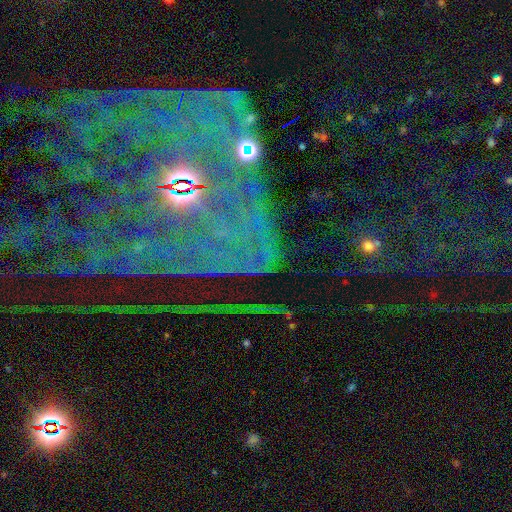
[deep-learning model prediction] This is likely a star or artifact rather than a galaxy (73%).